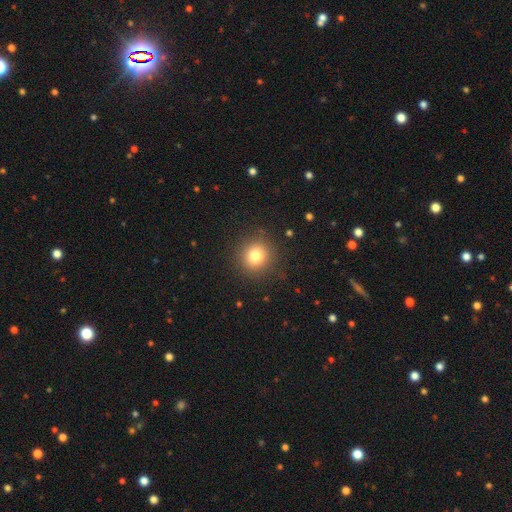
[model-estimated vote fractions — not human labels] Overall: smooth (79%). How rounded: round (91%). Merging: none (89%).